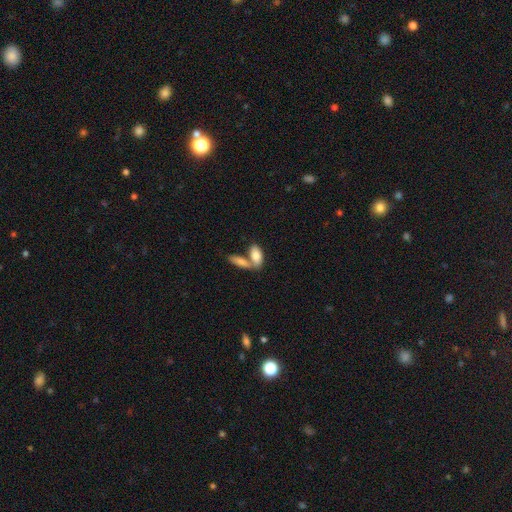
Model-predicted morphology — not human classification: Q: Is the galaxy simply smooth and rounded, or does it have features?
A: smooth — 81%.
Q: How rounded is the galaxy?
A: in between — 87%.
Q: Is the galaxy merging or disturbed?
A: merger — 51%.